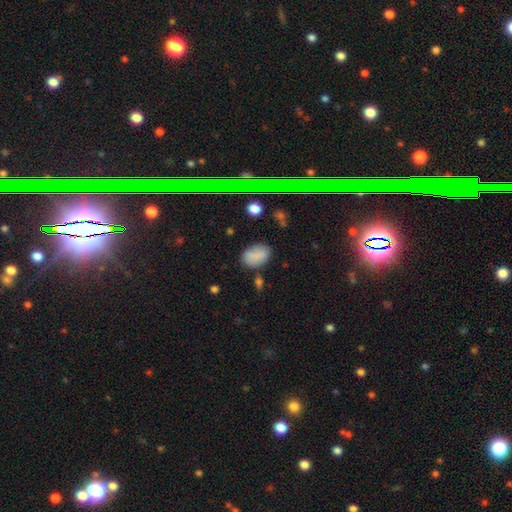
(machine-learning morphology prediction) The model was most divided on "how rounded": in between: 76%, round: 23%, cigar-shaped: 1%. More confident: smooth or featured — smooth (81%); merging — none (75%).